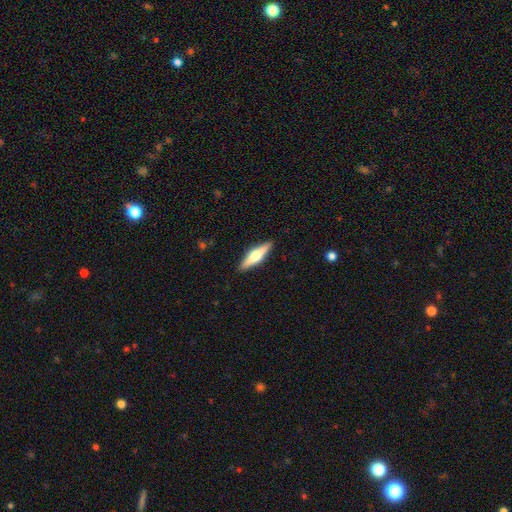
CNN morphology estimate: Q: Smooth or featured?
A: featured or disk (59%); runner-up: smooth (35%)
Q: Edge-on disk?
A: yes (96%); runner-up: no (4%)
Q: Edge-on bulge?
A: rounded (92%); runner-up: boxy (5%)
Q: Merging?
A: none (91%); runner-up: minor disturbance (7%)